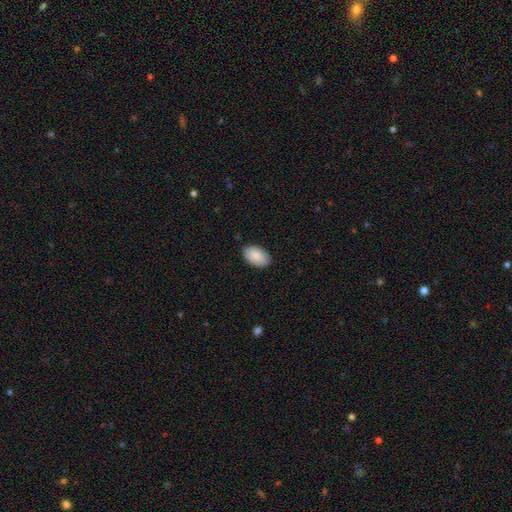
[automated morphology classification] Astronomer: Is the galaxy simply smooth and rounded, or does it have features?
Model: smooth — 88%.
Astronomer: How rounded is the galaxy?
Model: in between — 94%.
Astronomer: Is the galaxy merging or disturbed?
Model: none — 86%.